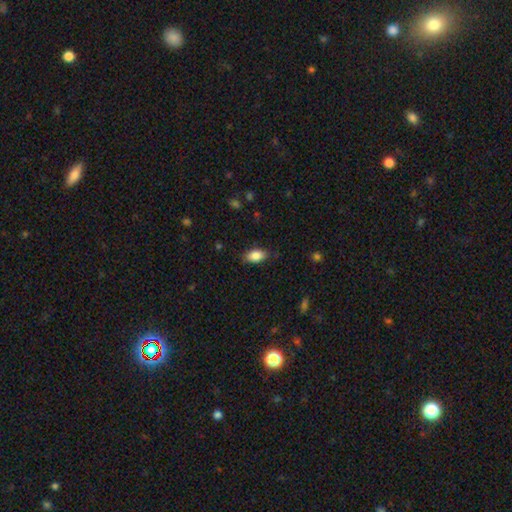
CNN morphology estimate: A smooth galaxy with no disk features (86%) that is in between round and cigar-shaped (90%).

Vote fractions:
- Smooth or featured? smooth: 86% / star or artifact: 7% / featured or disk: 7%
- How rounded? in between: 90% / round: 5% / cigar-shaped: 4%
- Merging? none: 81% / minor disturbance: 15% / major disturbance: 3% / merger: 1%